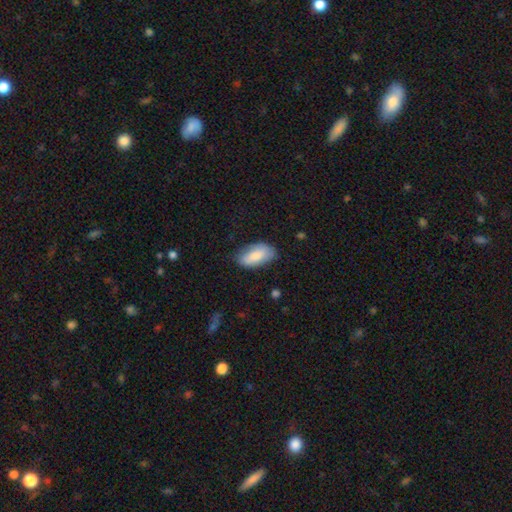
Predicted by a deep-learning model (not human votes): Smooth or featured? Predicted: smooth (p=0.77). How rounded? Predicted: in between (p=0.93). Merging? Predicted: none (p=0.74).